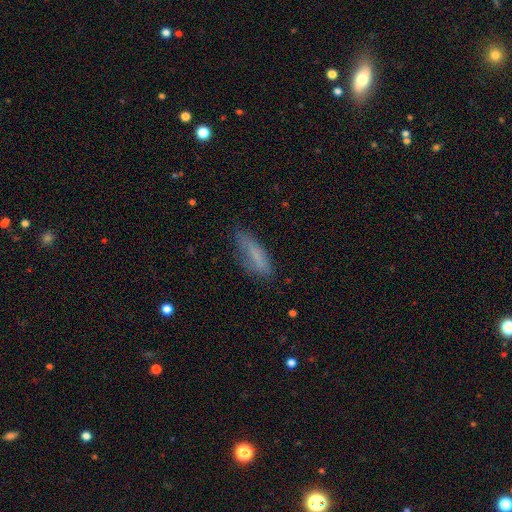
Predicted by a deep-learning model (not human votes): Smooth or featured: smooth — 72% (featured or disk — 19%)
How rounded: cigar-shaped — 58% (in between — 40%)
Merging: none — 61% (minor disturbance — 27%)